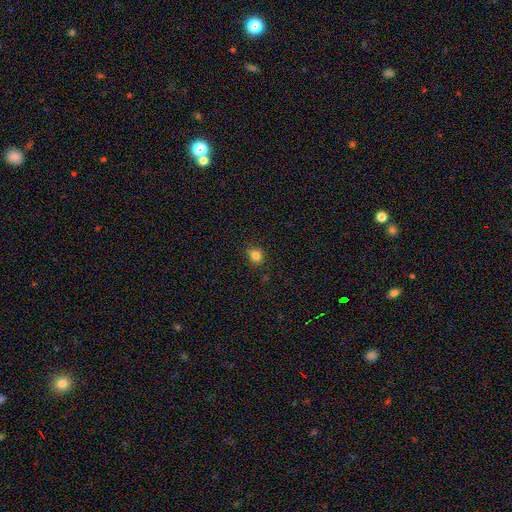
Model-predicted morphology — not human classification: This is clearly a smooth galaxy (83%). How rounded: likely round (80%). Merging: clearly none (86%).